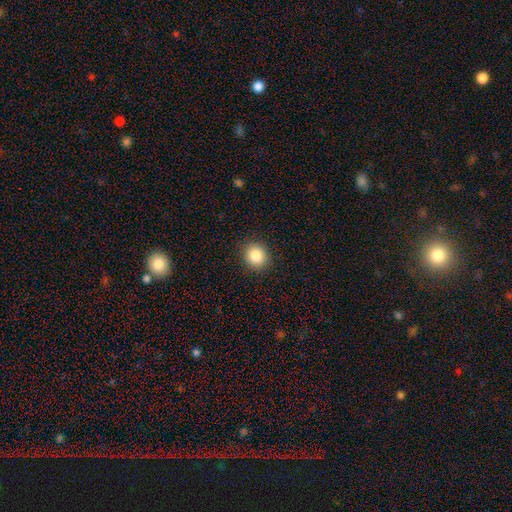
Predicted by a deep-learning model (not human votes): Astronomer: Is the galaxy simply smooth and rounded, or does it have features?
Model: smooth — 85%.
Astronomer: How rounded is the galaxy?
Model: round — 78%.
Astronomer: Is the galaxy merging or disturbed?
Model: none — 90%.